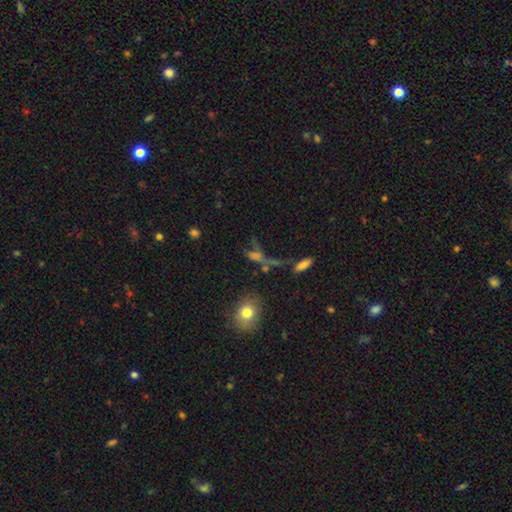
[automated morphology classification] This is marginally a smooth galaxy (40%). Merging: marginally none (41%).